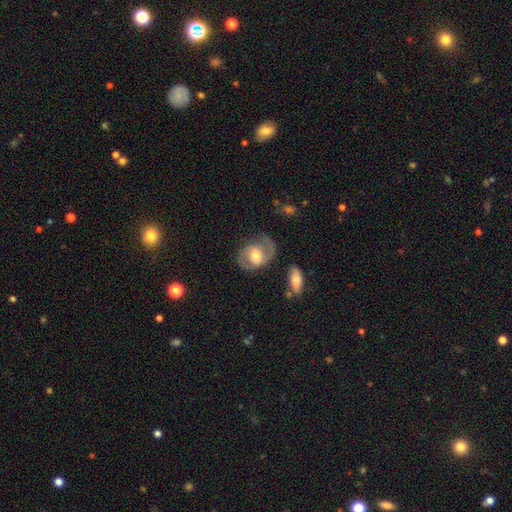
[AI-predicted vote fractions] featured or disk 67%, smooth 27%, star or artifact 6%. Down the decision tree: edge-on disk — no (96%); bar — no (48%); spiral arms — yes (83%); spiral arm count — 2 (83%); spiral winding — medium (50%); bulge size — moderate (66%); merging — none (70%).